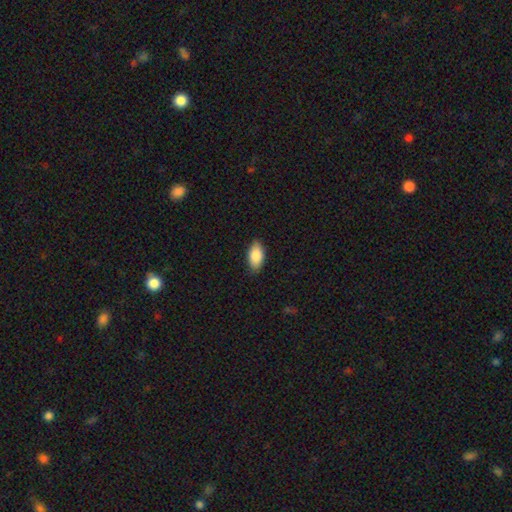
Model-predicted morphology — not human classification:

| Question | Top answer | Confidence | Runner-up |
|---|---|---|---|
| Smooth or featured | smooth | 87% | featured or disk (7%) |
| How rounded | in between | 93% | cigar-shaped (4%) |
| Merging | none | 87% | minor disturbance (10%) |